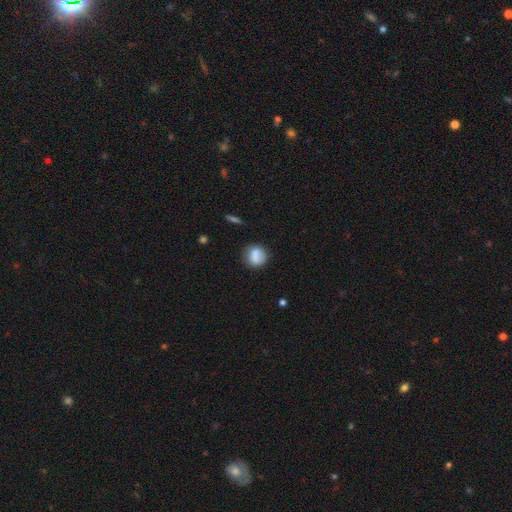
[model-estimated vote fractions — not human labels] Morphology: type=smooth (82%); roundness=round (78%); merging=none (75%).